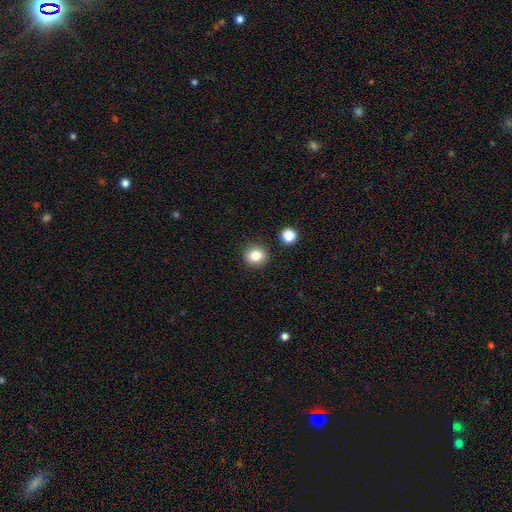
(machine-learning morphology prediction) Q: Smooth or featured?
A: smooth (82%); runner-up: star or artifact (11%)
Q: How rounded?
A: round (79%); runner-up: in between (20%)
Q: Merging?
A: none (88%); runner-up: minor disturbance (7%)